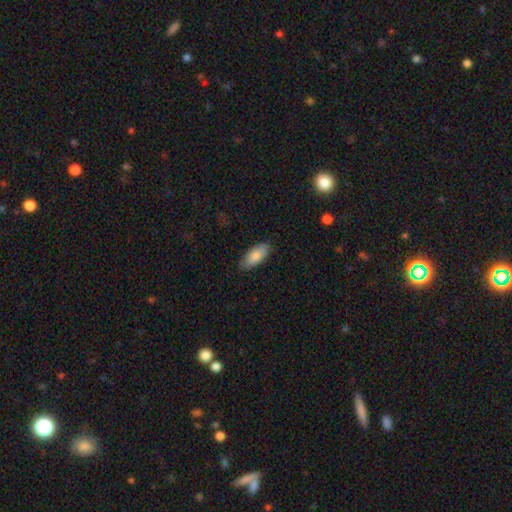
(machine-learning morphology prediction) A smooth galaxy with no disk features (83%) that is in between round and cigar-shaped (88%). Merging: none (84%).